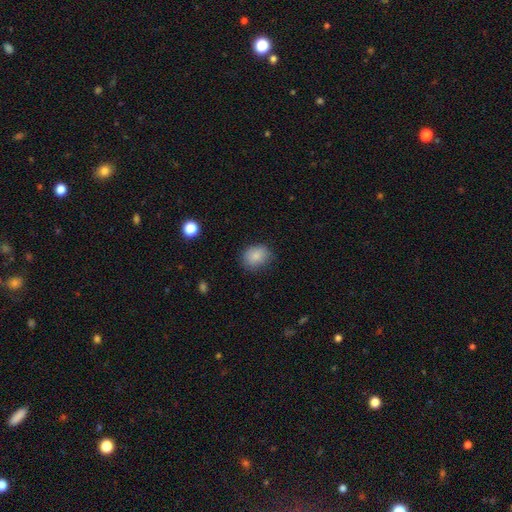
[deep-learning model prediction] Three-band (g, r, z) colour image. It shows a smooth galaxy with no disk features (85%) that is round (51%). Merging: none (78%).